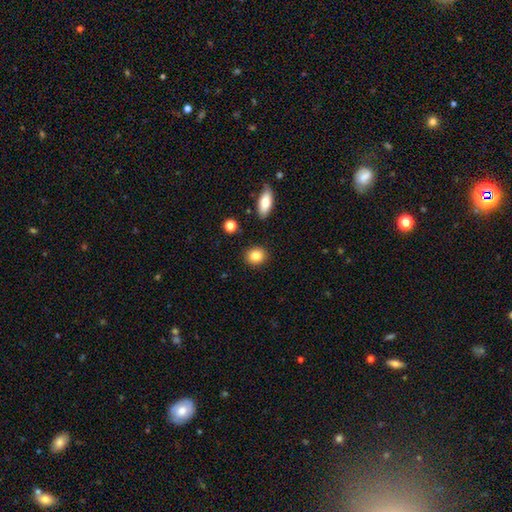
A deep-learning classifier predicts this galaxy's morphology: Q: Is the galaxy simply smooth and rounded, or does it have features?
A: smooth — 85%.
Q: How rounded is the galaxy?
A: round — 73%.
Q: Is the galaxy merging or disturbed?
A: none — 89%.